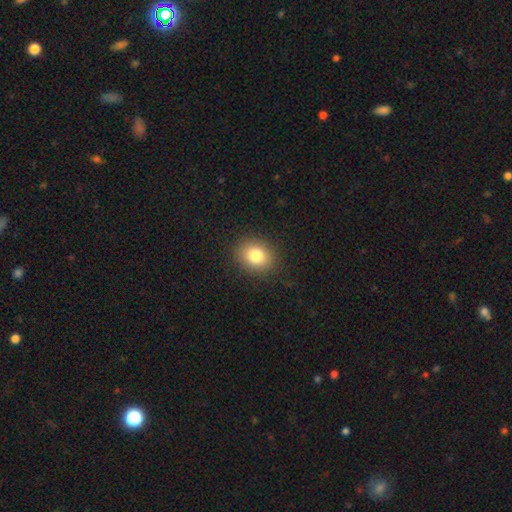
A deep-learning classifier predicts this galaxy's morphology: The model was most divided on "how rounded": round: 64%, in between: 35%, cigar-shaped: 1%. More confident: merging — none (89%); smooth or featured — smooth (81%).